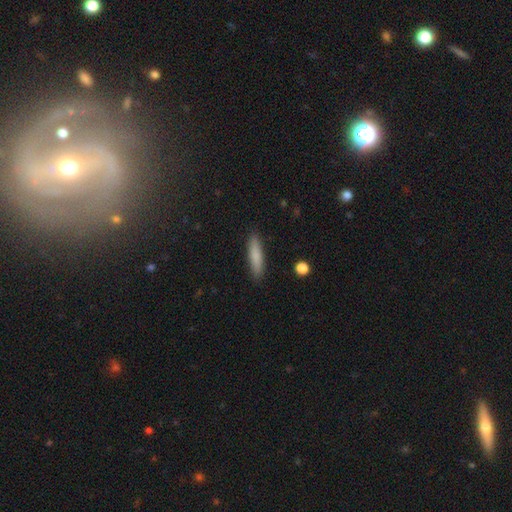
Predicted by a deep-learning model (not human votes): smooth_or_featured: smooth (p=0.81) [alt: featured or disk p=0.13]
how_rounded: cigar-shaped (p=0.82) [alt: in between p=0.16]
merging: none (p=0.89) [alt: minor disturbance p=0.08]